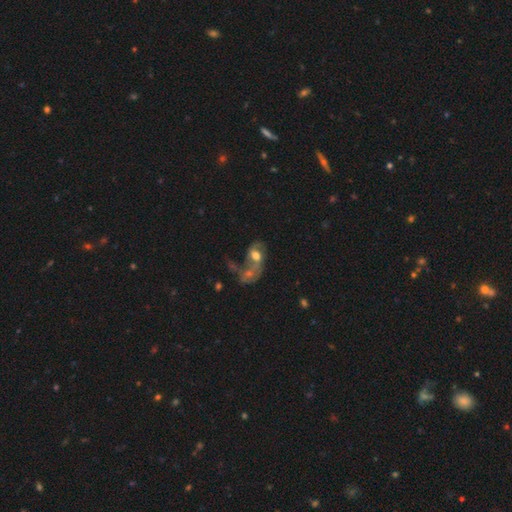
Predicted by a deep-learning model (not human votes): A featured or disk galaxy (56%) with no bar (62%), spiral arms (65%) and a moderate central bulge (50%). Merging: merger (60%).